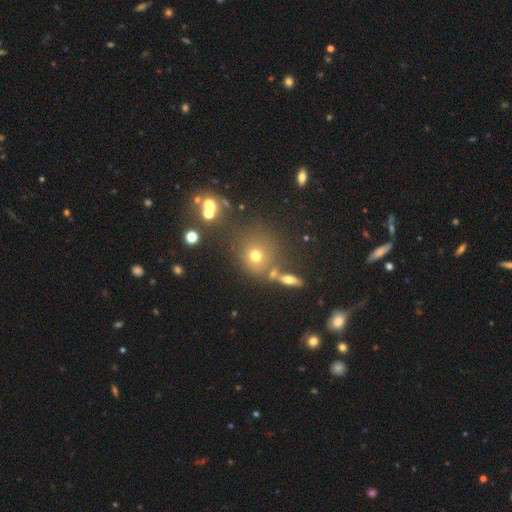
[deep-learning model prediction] This appears to be a smooth galaxy with no disk features (67%) that is round (82%). Merging: none (66%).